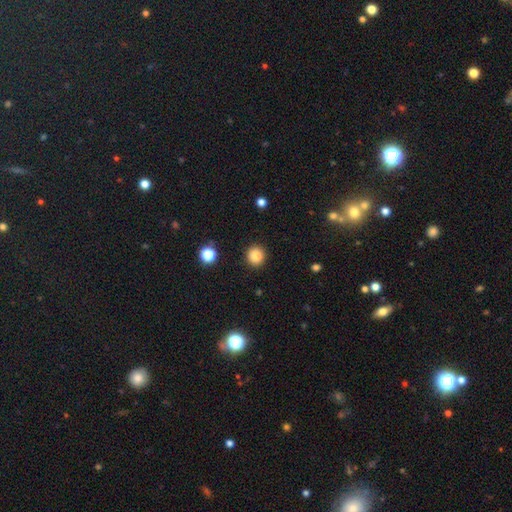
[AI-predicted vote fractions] Smooth or featured? smooth (85%)
How rounded? round (91%)
Merging? none (91%)